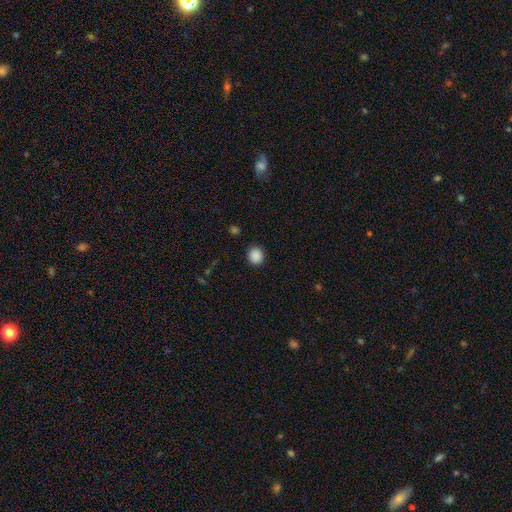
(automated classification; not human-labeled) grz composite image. It shows a smooth galaxy with no disk features (88%) that is round (83%). Merging: none (90%).